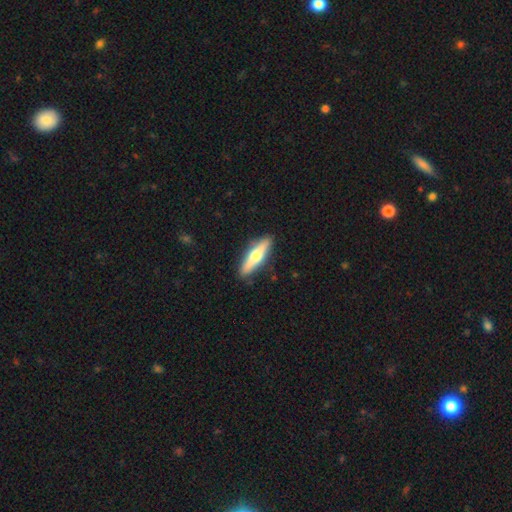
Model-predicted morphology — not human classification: smooth-or-featured: featured or disk: 50% | smooth: 45% | star or artifact: 5%
  merging: none: 89% | minor disturbance: 8% | major disturbance: 2% | merger: 1%